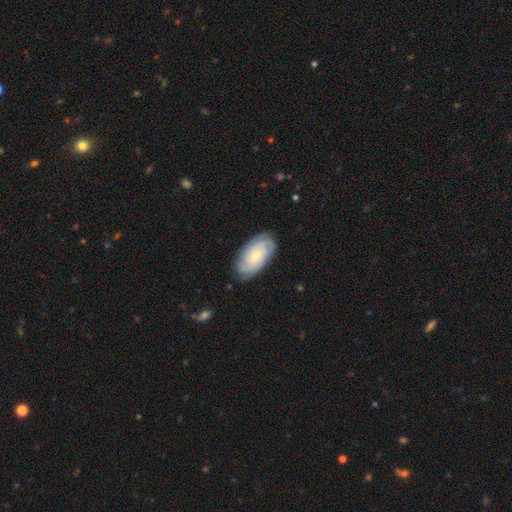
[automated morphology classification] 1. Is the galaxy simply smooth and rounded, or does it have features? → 73% featured or disk, 21% smooth, 6% star or artifact.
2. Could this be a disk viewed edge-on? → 95% no, 5% yes.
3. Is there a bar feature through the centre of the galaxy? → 74% no, 22% weak, 4% strong.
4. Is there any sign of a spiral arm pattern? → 94% yes, 6% no.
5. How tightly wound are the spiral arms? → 70% tight, 24% medium, 6% loose.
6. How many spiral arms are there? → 36% can't tell, 19% 3, 18% 4, 16% 2, 6% more than 4, 5% 1.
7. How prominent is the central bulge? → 67% small, 29% moderate, 2% none, 2% large, 1% dominant.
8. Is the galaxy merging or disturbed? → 82% none, 14% minor disturbance, 3% major disturbance, 1% merger.